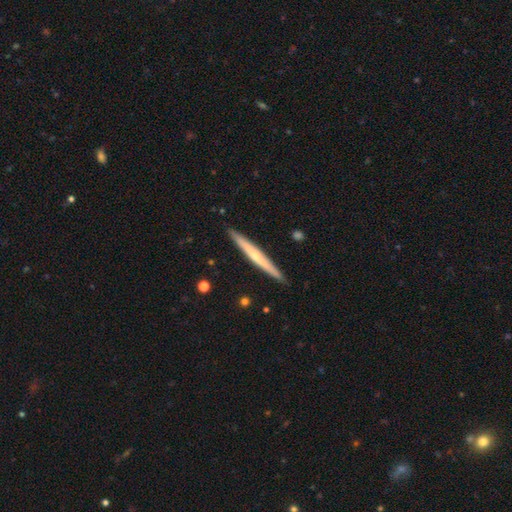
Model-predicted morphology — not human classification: Smooth or featured: featured or disk — 60% (smooth — 34%)
Edge-on disk: yes — 97% (no — 3%)
Edge-on bulge: rounded — 58% (none — 38%)
Merging: none — 91% (minor disturbance — 6%)